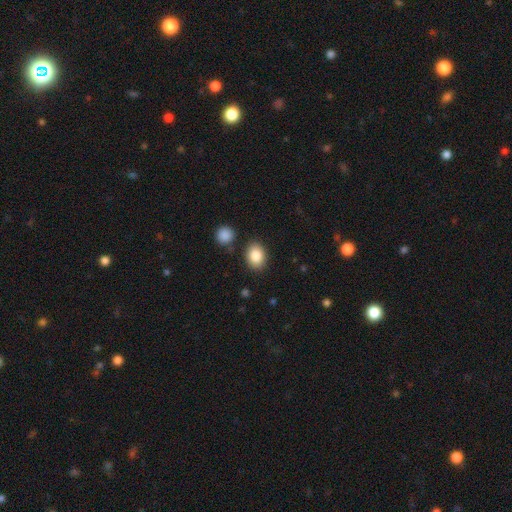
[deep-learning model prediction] A smooth galaxy with no disk features (86%) that is in between round and cigar-shaped (71%). Merging: none (83%).